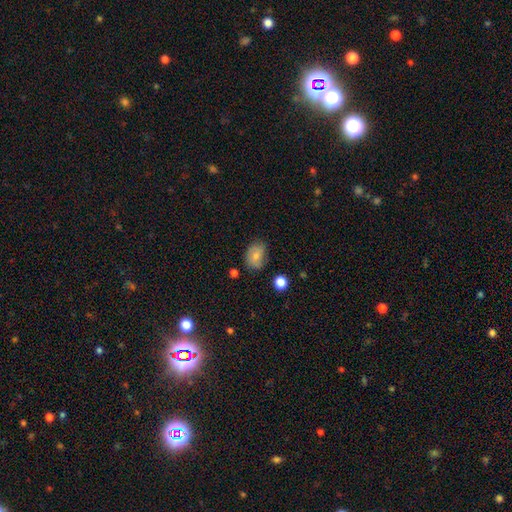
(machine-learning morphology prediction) A smooth galaxy with no disk features (75%) that is in between round and cigar-shaped (67%).

Vote fractions:
- Smooth or featured? smooth: 75% / featured or disk: 16% / star or artifact: 9%
- How rounded? in between: 67% / round: 31% / cigar-shaped: 1%
- Merging? none: 68% / minor disturbance: 24% / major disturbance: 5% / merger: 3%